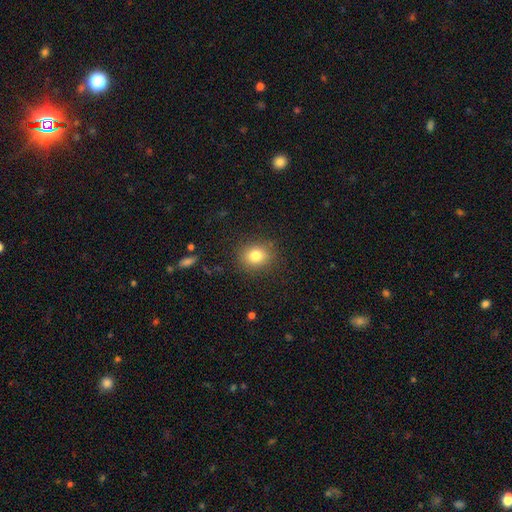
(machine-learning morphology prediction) type=smooth (81%); roundness=round (65%); merging=none (87%).